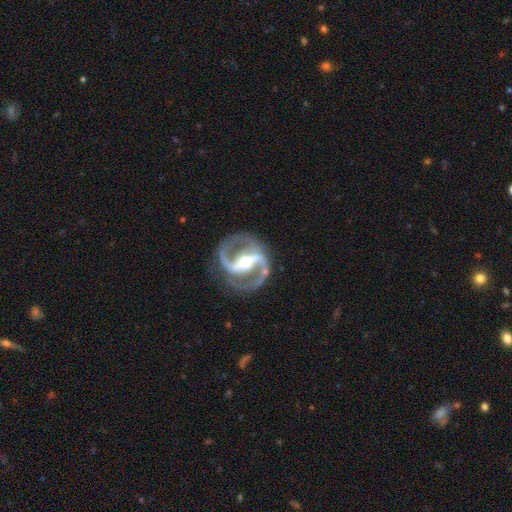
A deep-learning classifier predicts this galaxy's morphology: A featured or disk galaxy (93%) with a strong bar (65%), 2 (94%) medium (62%) spiral arms (98%) and a moderate central bulge (69%).

Vote fractions:
- Smooth or featured? featured or disk: 93% / star or artifact: 4% / smooth: 3%
- Edge-on disk? no: 97% / yes: 3%
- Bar? strong: 65% / weak: 23% / no: 12%
- Spiral arms? yes: 98% / no: 2%
- Spiral winding? medium: 62% / tight: 24% / loose: 14%
- Spiral arm count? 2: 94% / can't tell: 1% / 3: 1% / 1: 1% / 4: 1% / more than 4: 1%
- Bulge size? moderate: 69% / small: 22% / large: 7% / dominant: 1% / none: 1%
- Merging? none: 84% / minor disturbance: 10% / major disturbance: 5% / merger: 1%